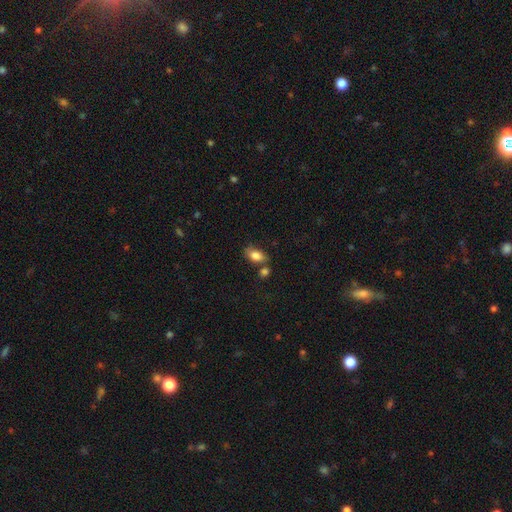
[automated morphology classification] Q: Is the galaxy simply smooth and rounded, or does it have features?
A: smooth — 82%.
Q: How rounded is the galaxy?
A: in between — 88%.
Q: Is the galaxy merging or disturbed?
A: none — 59%.